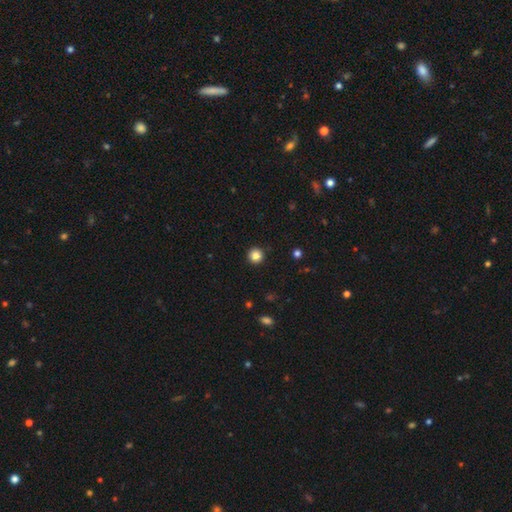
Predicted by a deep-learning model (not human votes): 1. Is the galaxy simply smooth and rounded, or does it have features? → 84% smooth, 11% star or artifact, 5% featured or disk.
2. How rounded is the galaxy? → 96% round, 3% in between, 1% cigar-shaped.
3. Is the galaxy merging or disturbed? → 93% none, 5% minor disturbance, 2% major disturbance, 1% merger.